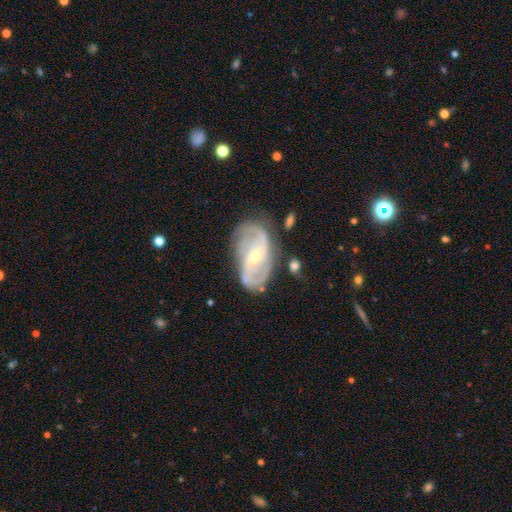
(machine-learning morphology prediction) The model was most divided on "bar": weak: 42%, no: 37%, strong: 21%. Remaining: edge-on disk — no (96%); spiral arms — yes (95%); smooth or featured — featured or disk (87%); merging — none (68%); bulge size — small (66%); spiral arm count — 2 (65%); spiral winding — medium (46%).